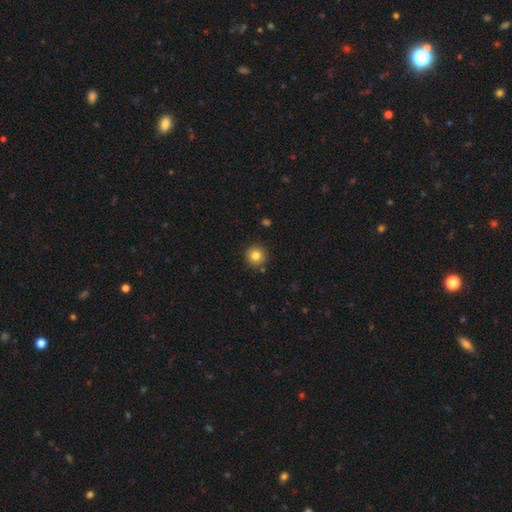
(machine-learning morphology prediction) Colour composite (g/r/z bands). It shows a smooth galaxy with no disk features (81%) that is round (95%). Merging: none (89%).